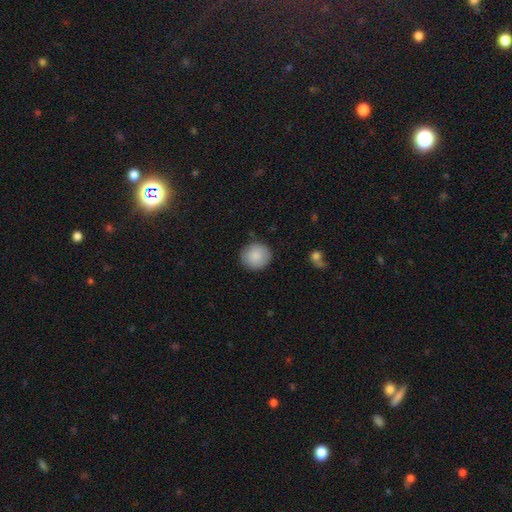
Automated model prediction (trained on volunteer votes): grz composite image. It shows a smooth galaxy with no disk features (87%) that is round (91%). Merging: none (87%).